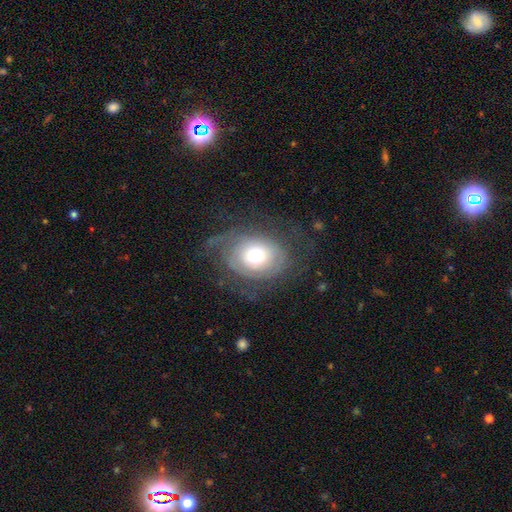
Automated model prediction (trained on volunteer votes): A featured or disk galaxy (50%).

Vote fractions:
- Smooth or featured? featured or disk: 50% / smooth: 41% / star or artifact: 9%
- Edge-on disk? no: 95% / yes: 5%
- Merging? none: 56% / major disturbance: 22% / minor disturbance: 20% / merger: 1%